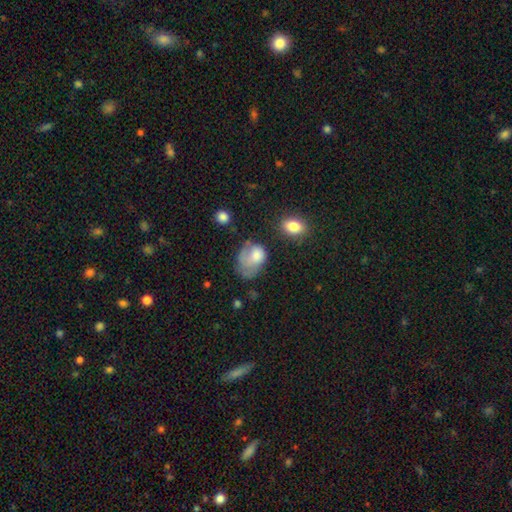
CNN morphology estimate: Q: Smooth or featured?
A: smooth (62%); runner-up: featured or disk (29%)
Q: How rounded?
A: in between (67%); runner-up: round (31%)
Q: Merging?
A: major disturbance (39%); runner-up: minor disturbance (29%)